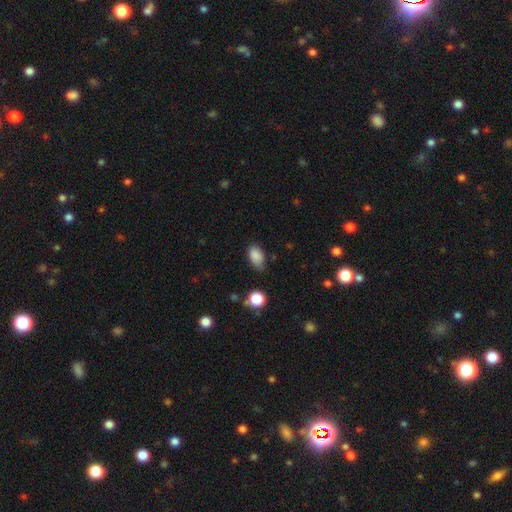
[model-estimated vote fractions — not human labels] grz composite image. It shows a smooth galaxy with no disk features (85%) that is in between round and cigar-shaped (88%). Merging: none (64%).